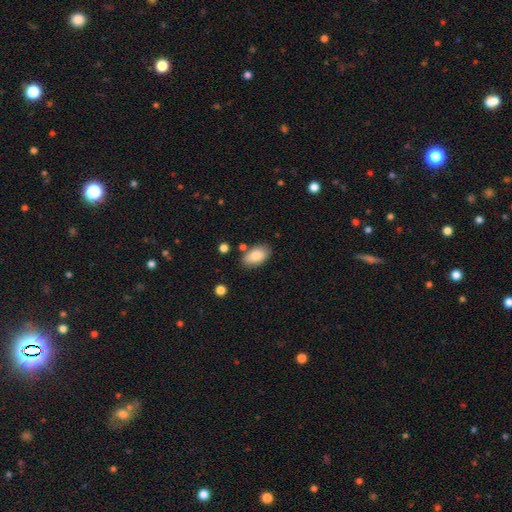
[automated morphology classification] Smooth or featured? smooth (85%)
How rounded? in between (93%)
Merging? none (78%)